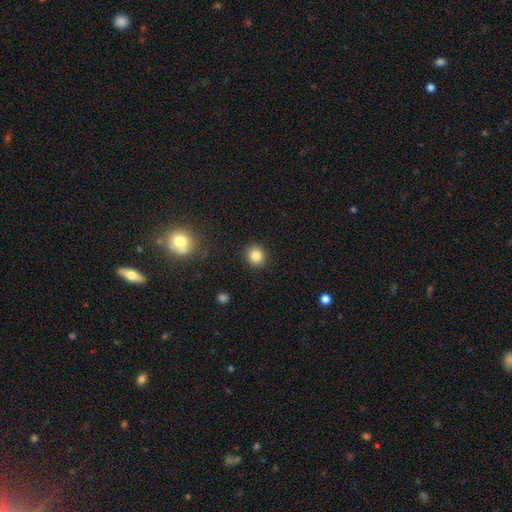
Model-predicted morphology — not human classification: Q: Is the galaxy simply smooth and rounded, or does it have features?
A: smooth — 84%.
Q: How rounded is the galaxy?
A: round — 86%.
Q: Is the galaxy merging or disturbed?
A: none — 91%.